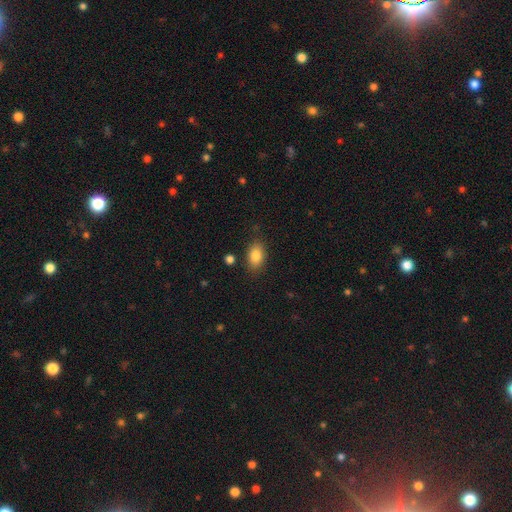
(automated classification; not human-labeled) Smooth or featured? smooth (84%)
How rounded? in between (86%)
Merging? none (82%)